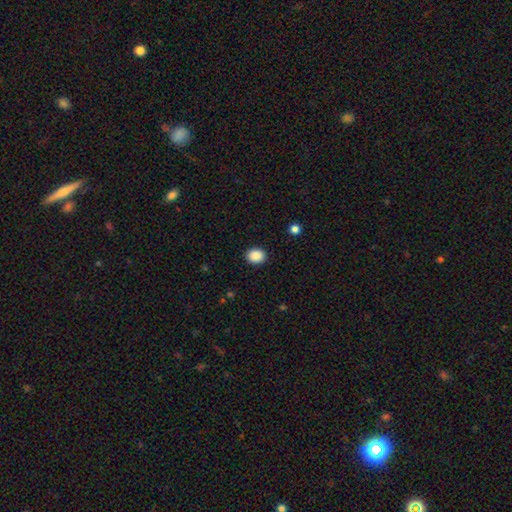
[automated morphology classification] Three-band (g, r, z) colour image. It shows a smooth galaxy with no disk features (89%) that is round (55%). Merging: none (90%).